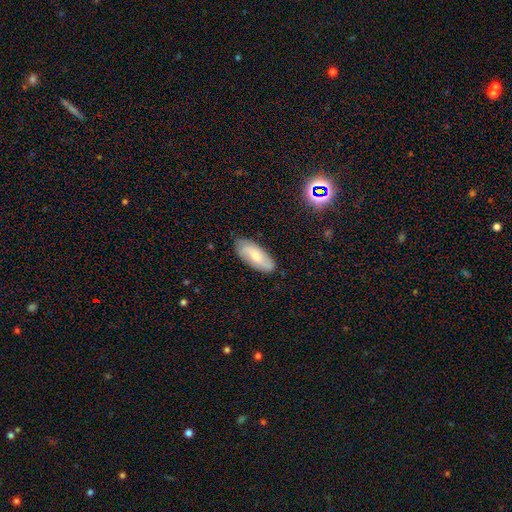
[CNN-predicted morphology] Smooth or featured?
  - smooth: 60% *
  - featured or disk: 33%
  - star or artifact: 7%
How rounded?
  - in between: 80% *
  - cigar-shaped: 18%
  - round: 2%
Merging?
  - none: 82% *
  - minor disturbance: 15%
  - major disturbance: 3%
  - merger: 1%